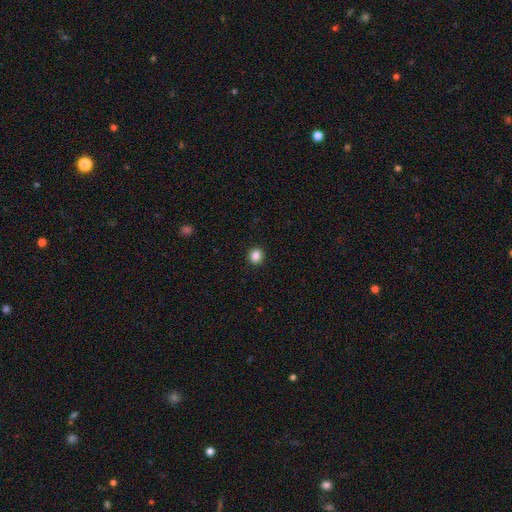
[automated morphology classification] This appears to be a smooth galaxy with no disk features (86%) that is round (85%). Merging: none (92%).